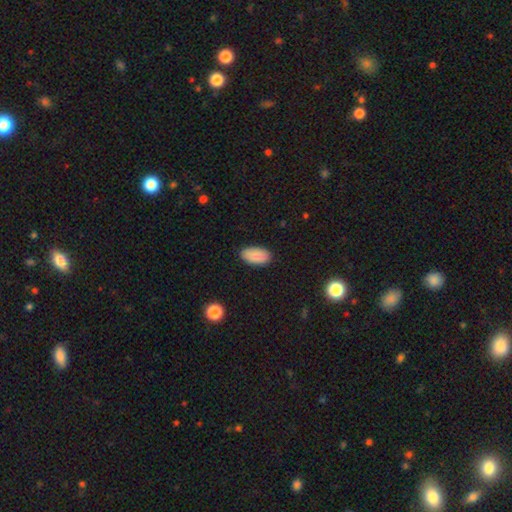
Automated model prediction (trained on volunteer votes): The model was most divided on "merging": none: 88%, minor disturbance: 9%, major disturbance: 2%, merger: 1%. More confident: how rounded — in between (95%); smooth or featured — smooth (89%).